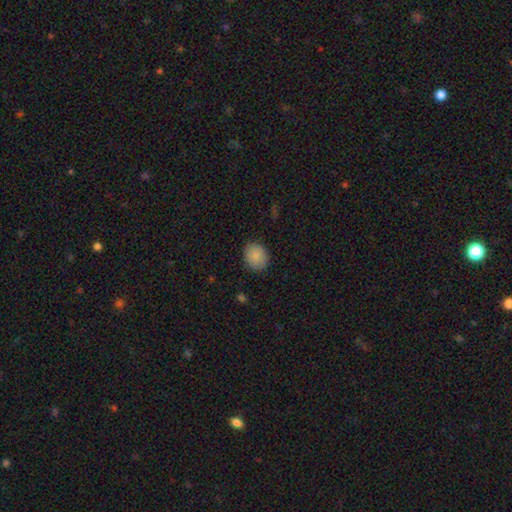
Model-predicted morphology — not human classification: Q: Smooth or featured?
A: smooth (88%); runner-up: star or artifact (8%)
Q: How rounded?
A: round (63%); runner-up: in between (36%)
Q: Merging?
A: none (87%); runner-up: minor disturbance (9%)